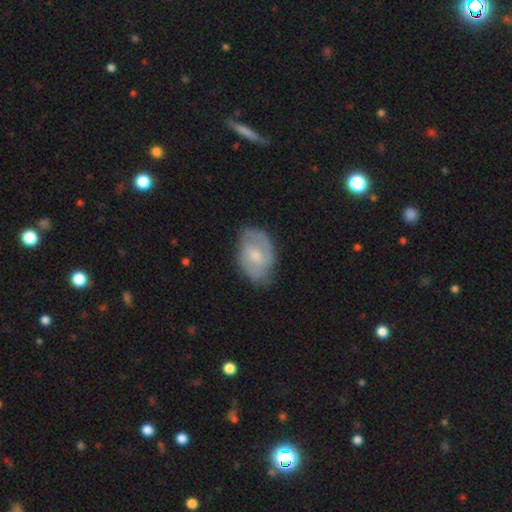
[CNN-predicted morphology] The model was most divided on "bar": no: 51%, weak: 42%, strong: 7%. More confident: edge-on disk — no (95%); spiral arms — yes (74%); merging — none (68%); smooth or featured — featured or disk (58%); bulge size — moderate (56%).